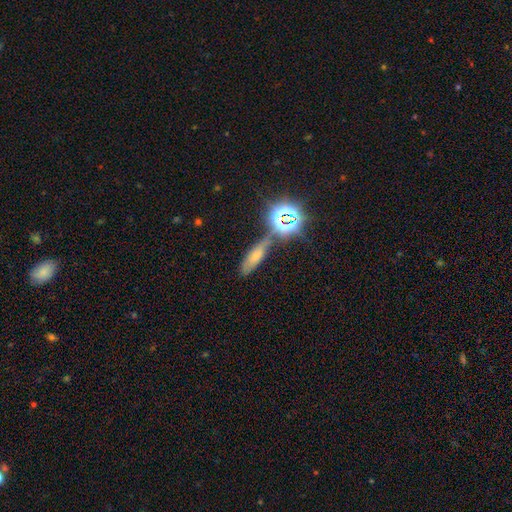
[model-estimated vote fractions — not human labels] This appears to be a smooth galaxy with no disk features (52%) that is cigar-shaped (47%). Merging: none (62%).